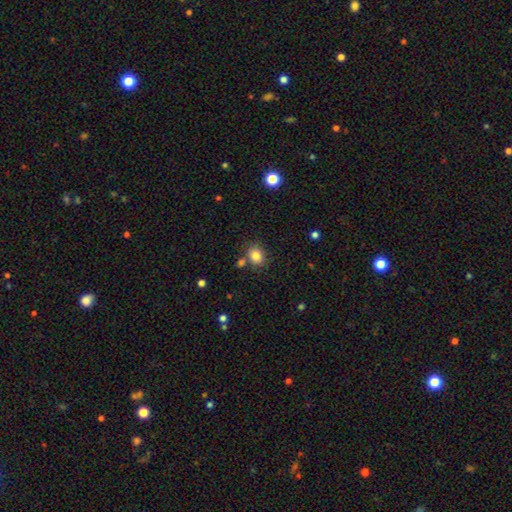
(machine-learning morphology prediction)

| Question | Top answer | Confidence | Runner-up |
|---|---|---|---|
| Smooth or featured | smooth | 83% | star or artifact (10%) |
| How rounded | round | 52% | in between (47%) |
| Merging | none | 74% | minor disturbance (12%) |